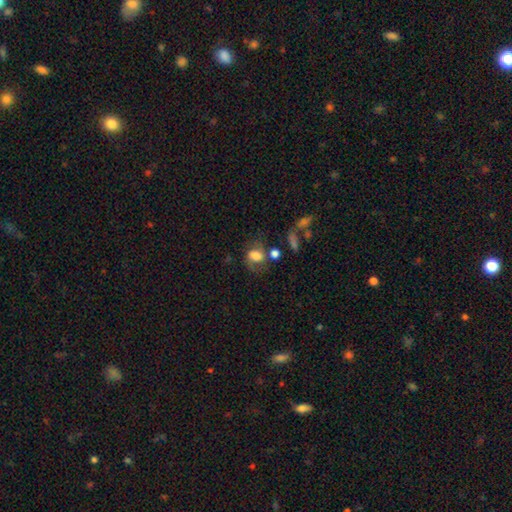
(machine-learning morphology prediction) The model was most divided on "how rounded": in between: 53%, round: 45%, cigar-shaped: 2%. Remaining: smooth or featured — smooth (61%); merging — none (49%).